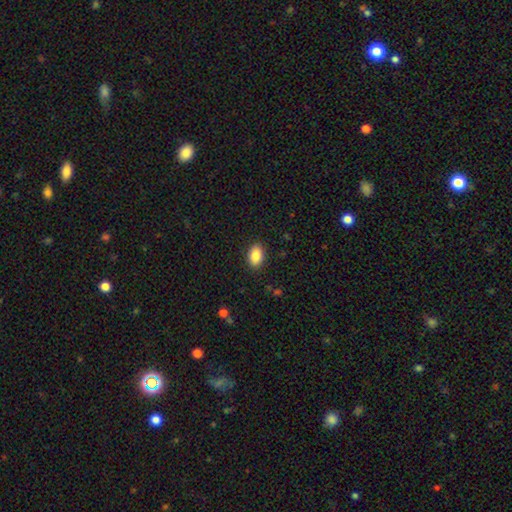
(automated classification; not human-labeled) This appears to be a smooth galaxy with no disk features (86%) that is in between round and cigar-shaped (89%). Merging: none (89%).